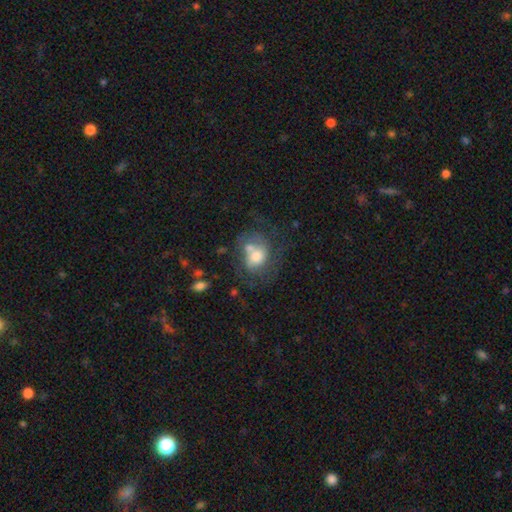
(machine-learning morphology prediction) Smooth or featured? featured or disk (46%)
Merging? none (34%)